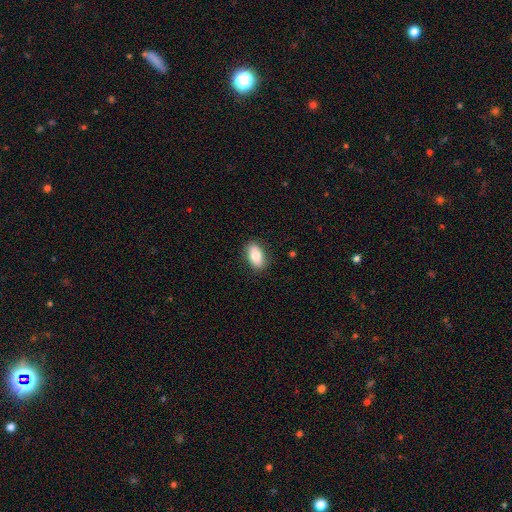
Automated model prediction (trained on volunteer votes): The model was most divided on "smooth or featured": smooth: 80%, featured or disk: 13%, star or artifact: 7%. More confident: how rounded — in between (90%); merging — none (86%).